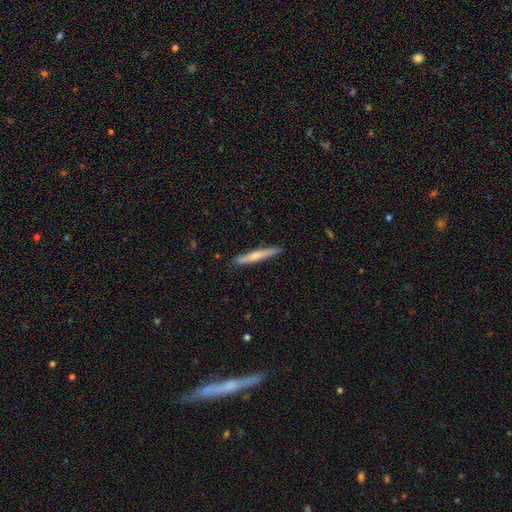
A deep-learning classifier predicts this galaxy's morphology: The model was most divided on "smooth or featured": smooth: 59%, featured or disk: 36%, star or artifact: 5%. More confident: how rounded — cigar-shaped (96%); merging — none (88%).